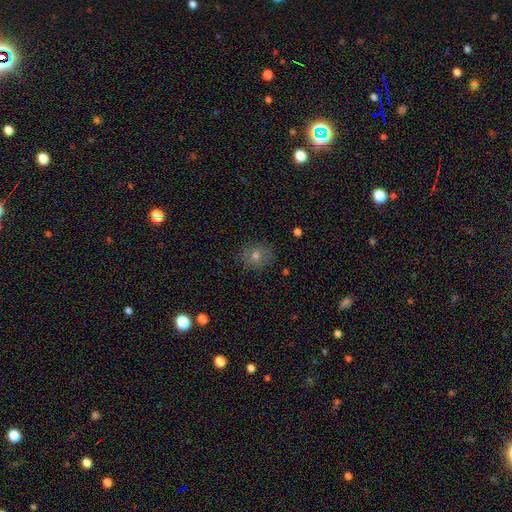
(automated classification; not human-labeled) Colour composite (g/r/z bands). It shows a smooth galaxy with no disk features (53%) that is round (71%). Merging: none (84%).